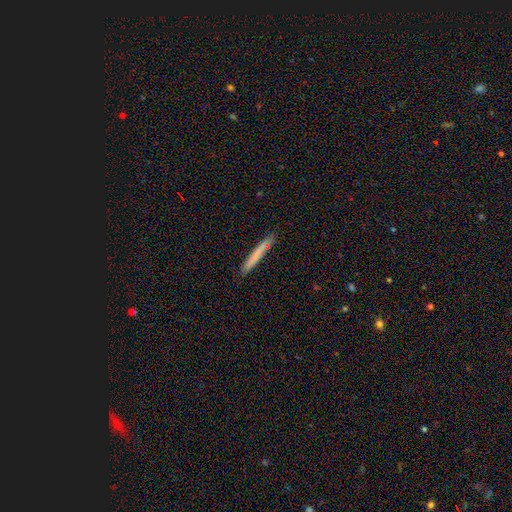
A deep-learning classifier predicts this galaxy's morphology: The model was most divided on "smooth or featured": smooth: 73%, featured or disk: 21%, star or artifact: 6%. More confident: how rounded — cigar-shaped (96%); merging — none (82%).